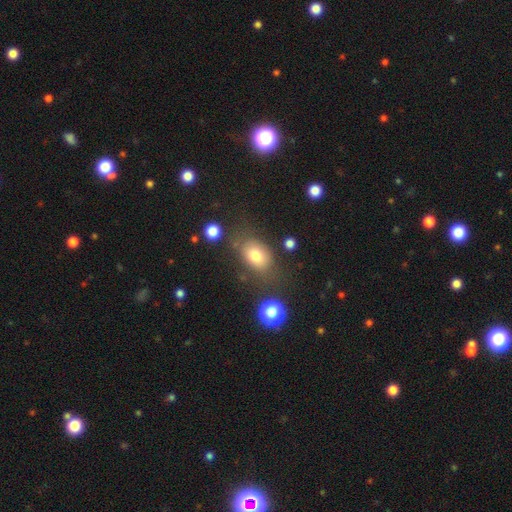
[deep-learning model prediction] Smooth or featured? smooth (77%)
How rounded? in between (78%)
Merging? none (69%)